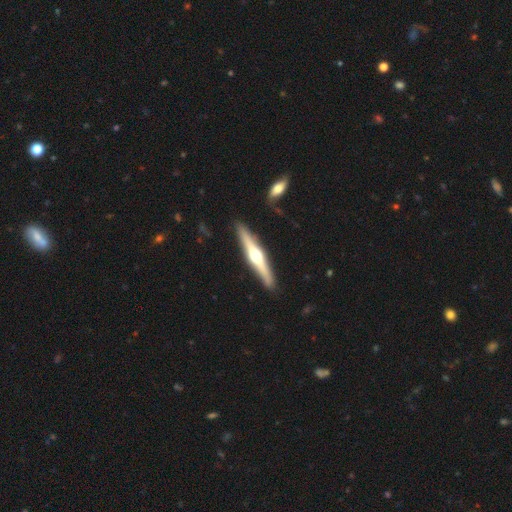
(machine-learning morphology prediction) This is likely a featured or disk galaxy (69%). It is clearly viewed edge-on (96%). Edge-on bulge: clearly rounded (93%). Merging: clearly none (88%).